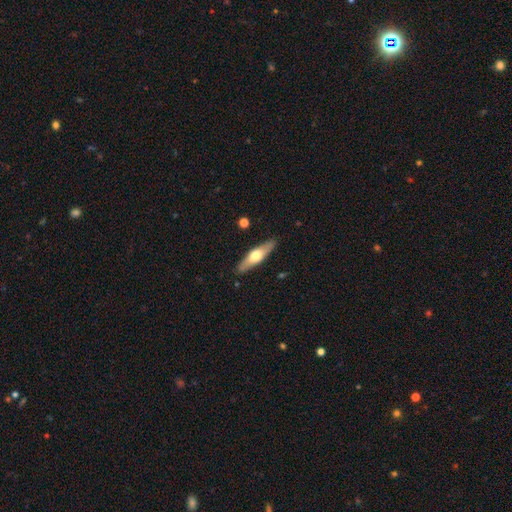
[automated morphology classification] The model was most divided on "smooth or featured": featured or disk: 49%, smooth: 46%, star or artifact: 5%. More confident: merging — none (88%).